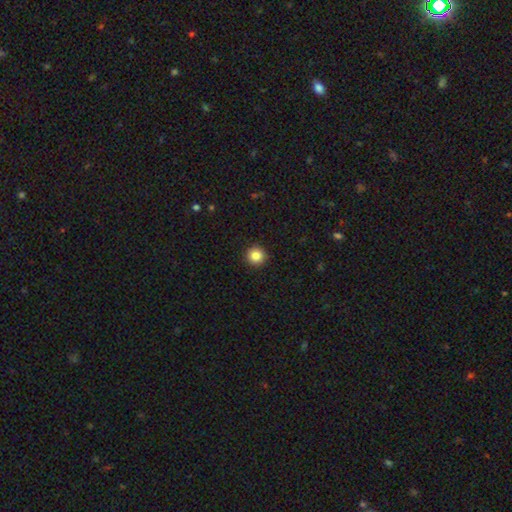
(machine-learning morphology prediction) Smooth or featured? smooth (85%)
How rounded? round (96%)
Merging? none (93%)